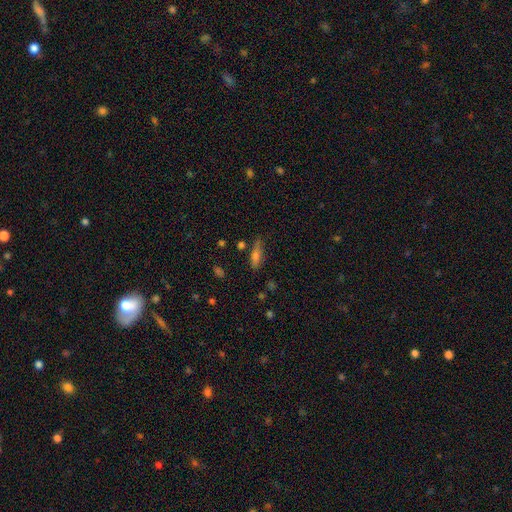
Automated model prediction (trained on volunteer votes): Smooth or featured: smooth — 61% (featured or disk — 26%)
How rounded: cigar-shaped — 56% (in between — 40%)
Merging: none — 71% (minor disturbance — 20%)